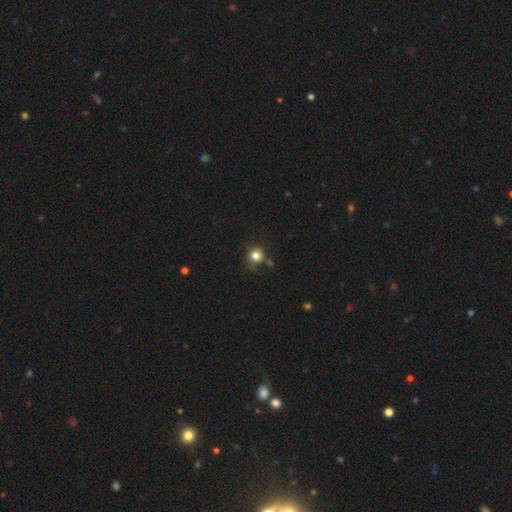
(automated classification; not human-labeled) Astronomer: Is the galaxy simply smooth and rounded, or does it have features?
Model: smooth — 81%.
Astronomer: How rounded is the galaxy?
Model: round — 91%.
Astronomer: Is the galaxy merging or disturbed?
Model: none — 78%.